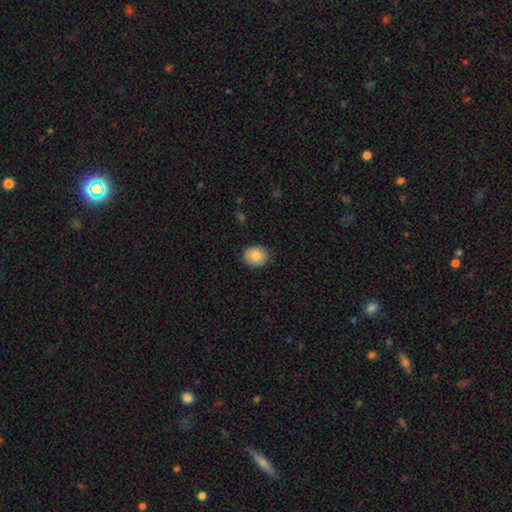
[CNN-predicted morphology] A smooth galaxy with no disk features (85%) that is round (72%).

Vote fractions:
- Smooth or featured? smooth: 85% / star or artifact: 8% / featured or disk: 7%
- How rounded? round: 72% / in between: 27% / cigar-shaped: 1%
- Merging? none: 87% / minor disturbance: 10% / major disturbance: 2% / merger: 1%